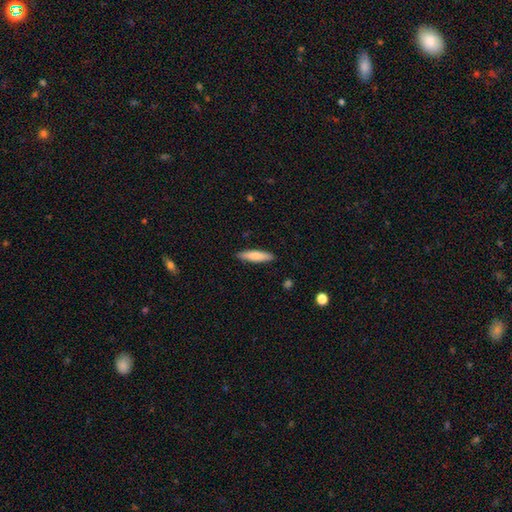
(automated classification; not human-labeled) Morphology: type=smooth (78%); roundness=cigar-shaped (77%); merging=none (90%).